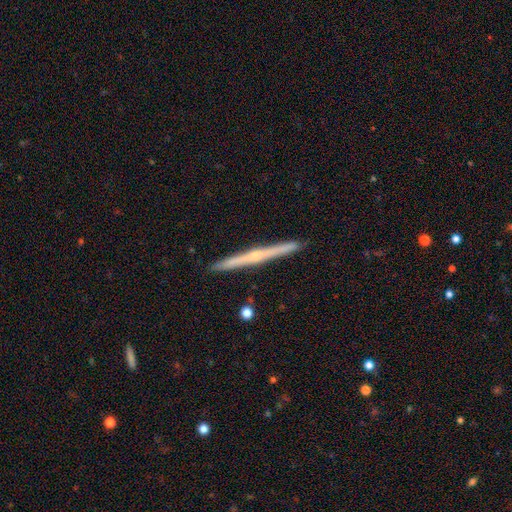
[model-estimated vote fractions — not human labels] A featured or disk galaxy (71%) viewed edge-on (98%) with a rounded central bulge (65%). Merging: none (92%).